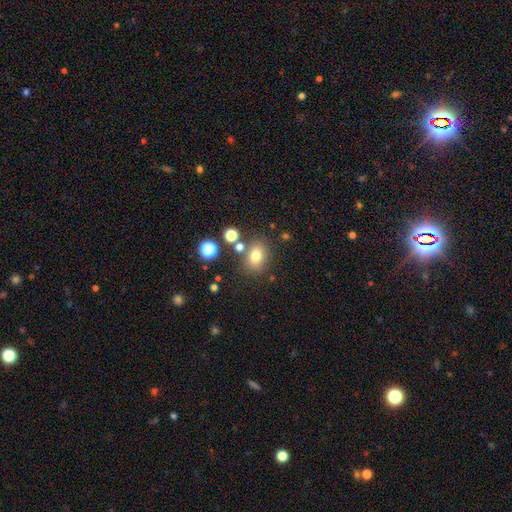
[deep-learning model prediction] Smooth or featured? Predicted: smooth (p=0.76). How rounded? Predicted: in between (p=0.52). Merging? Predicted: none (p=0.74).